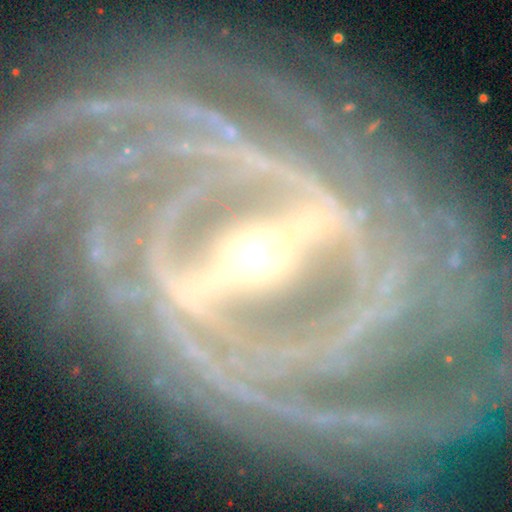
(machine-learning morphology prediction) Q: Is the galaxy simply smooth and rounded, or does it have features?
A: featured or disk — 93%.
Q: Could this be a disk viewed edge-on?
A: no — 92%.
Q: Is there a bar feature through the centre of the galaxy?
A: strong — 85%.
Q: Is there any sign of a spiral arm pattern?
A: yes — 96%.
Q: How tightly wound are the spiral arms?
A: tight — 72%.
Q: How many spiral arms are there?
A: can't tell — 23%.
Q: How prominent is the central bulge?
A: small — 48%.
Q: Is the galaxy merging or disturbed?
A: none — 71%.